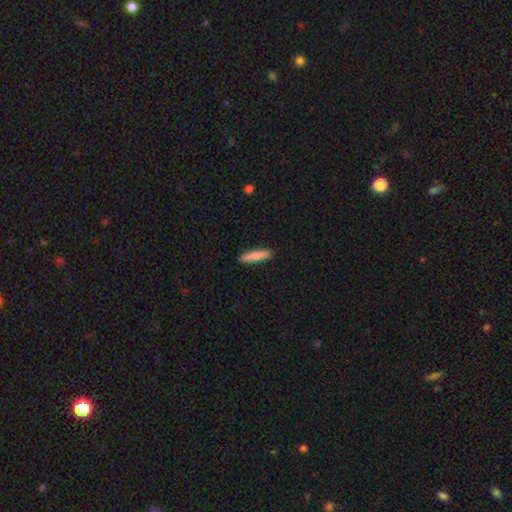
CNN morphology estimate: smooth-or-featured: smooth: 84% | featured or disk: 11% | star or artifact: 6%
  how-rounded: cigar-shaped: 84% | in between: 15% | round: 1%
  merging: none: 91% | minor disturbance: 7% | major disturbance: 1% | merger: 1%